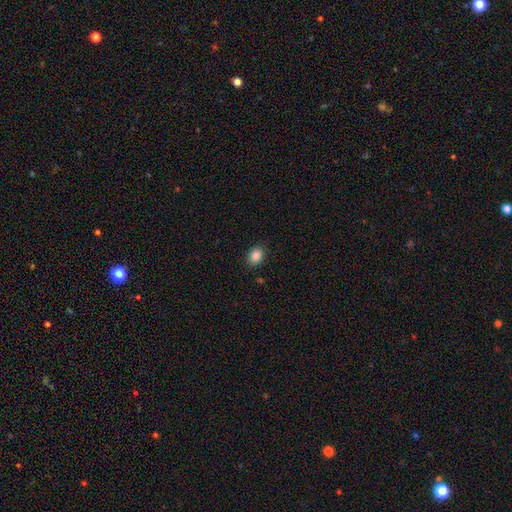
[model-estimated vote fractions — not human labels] smooth 87%, star or artifact 9%, featured or disk 4%. Down the decision tree: how rounded — in between (64%); merging — none (88%).